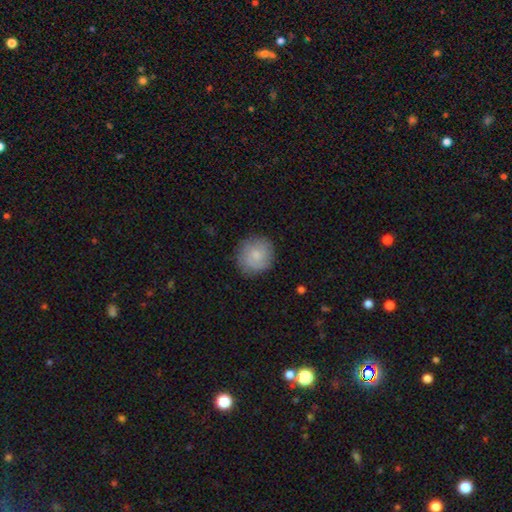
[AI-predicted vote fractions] Smooth or featured? smooth (68%)
How rounded? round (88%)
Merging? none (82%)